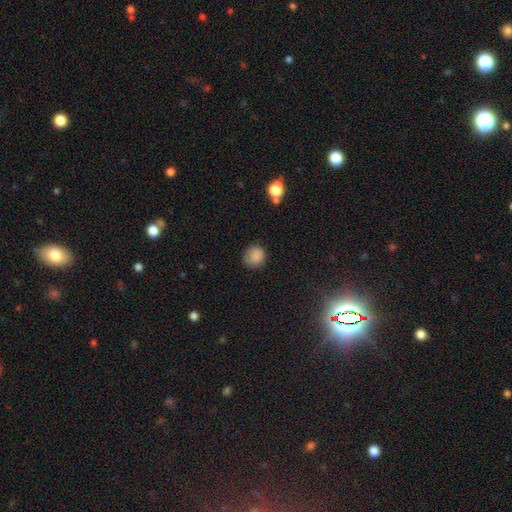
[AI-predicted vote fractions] Morphology: type=smooth (86%); roundness=round (88%); merging=none (81%).